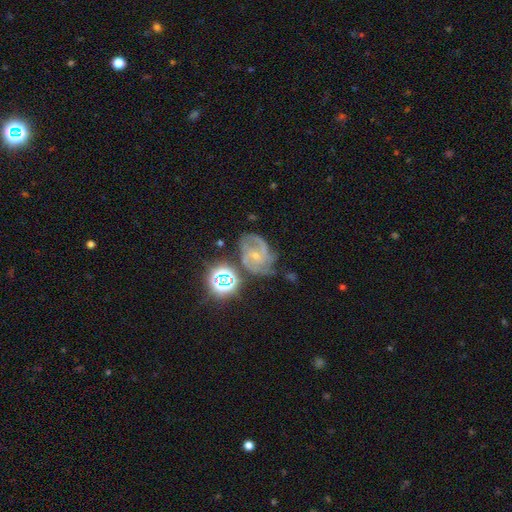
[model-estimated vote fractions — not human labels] smooth_or_featured: featured or disk (p=0.80) [alt: star or artifact p=0.12]
disk_edge_on: no (p=0.98) [alt: yes p=0.02]
bar: no (p=0.54) [alt: weak p=0.36]
has_spiral_arms: yes (p=0.96) [alt: no p=0.04]
spiral_winding: medium (p=0.52) [alt: tight p=0.34]
spiral_arm_count: 2 (p=0.47) [alt: 3 p=0.27]
bulge_size: small (p=0.72) [alt: moderate p=0.24]
merging: none (p=0.56) [alt: minor disturbance p=0.24]